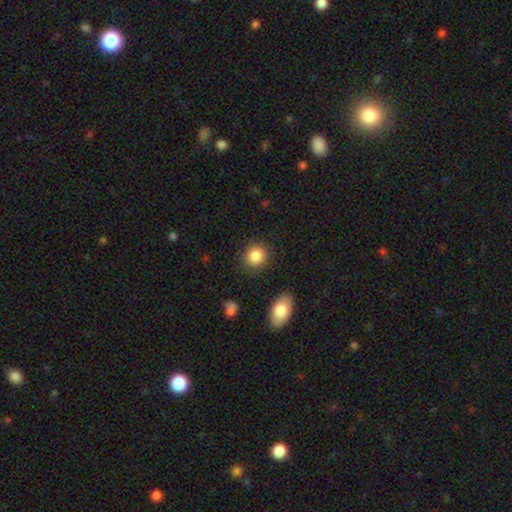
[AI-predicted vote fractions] Overall: smooth (86%). How rounded: round (83%). Merging: none (86%).